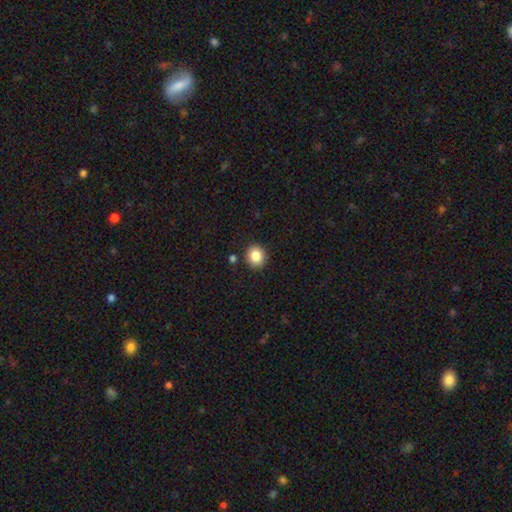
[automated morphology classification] smooth 86%, star or artifact 9%, featured or disk 5%. Down the decision tree: how rounded — round (85%); merging — none (89%).